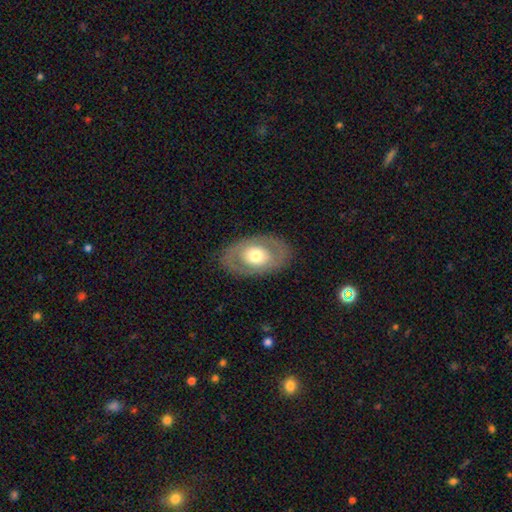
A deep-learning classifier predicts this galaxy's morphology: Overall: featured or disk (49%; smooth 45%). Merging: none (83%).